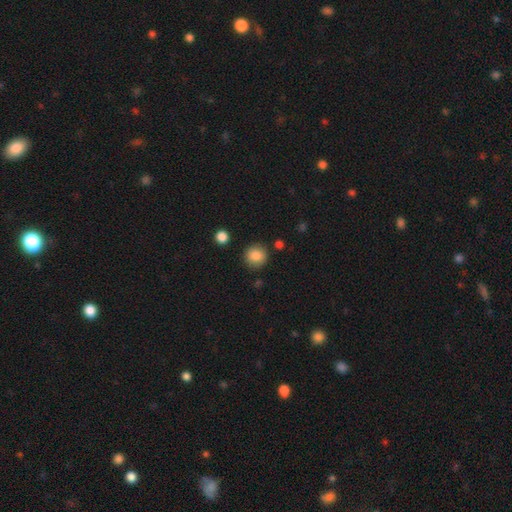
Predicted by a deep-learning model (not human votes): A smooth galaxy with no disk features (87%) that is round (91%).

Vote fractions:
- Smooth or featured? smooth: 87% / star or artifact: 9% / featured or disk: 4%
- How rounded? round: 91% / in between: 8% / cigar-shaped: 1%
- Merging? none: 87% / minor disturbance: 8% / merger: 3% / major disturbance: 3%